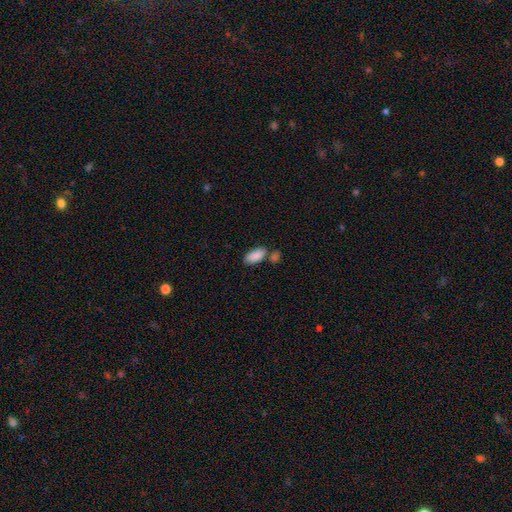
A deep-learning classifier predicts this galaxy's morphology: Q: Smooth or featured?
A: smooth (89%); runner-up: star or artifact (6%)
Q: How rounded?
A: in between (92%); runner-up: cigar-shaped (6%)
Q: Merging?
A: none (61%); runner-up: merger (22%)